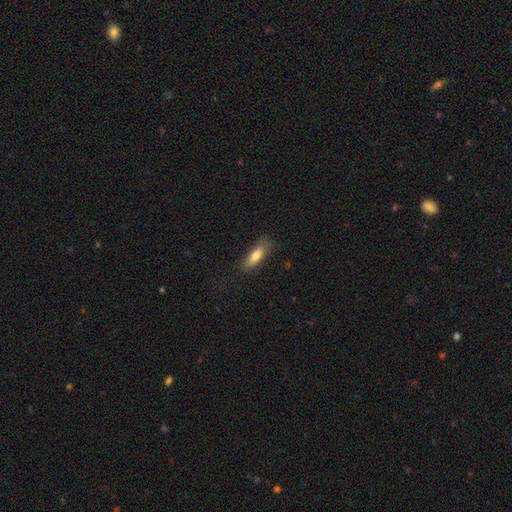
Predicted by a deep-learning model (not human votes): Smooth or featured?
  - smooth: 75% *
  - featured or disk: 19%
  - star or artifact: 7%
How rounded?
  - in between: 52% *
  - cigar-shaped: 46%
  - round: 2%
Merging?
  - none: 77% *
  - minor disturbance: 18%
  - major disturbance: 5%
  - merger: 1%